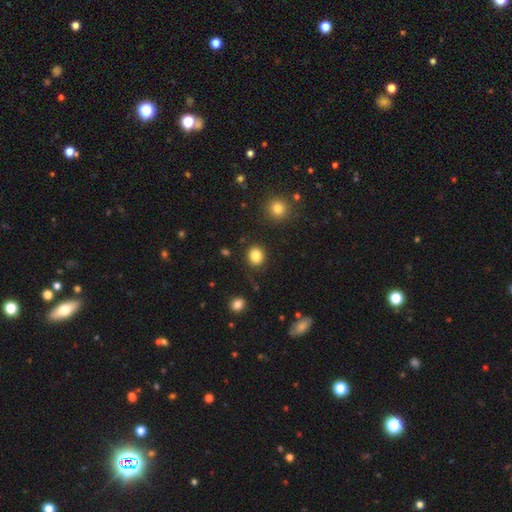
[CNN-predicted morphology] Overall: smooth (85%). How rounded: round (73%). Merging: none (86%).